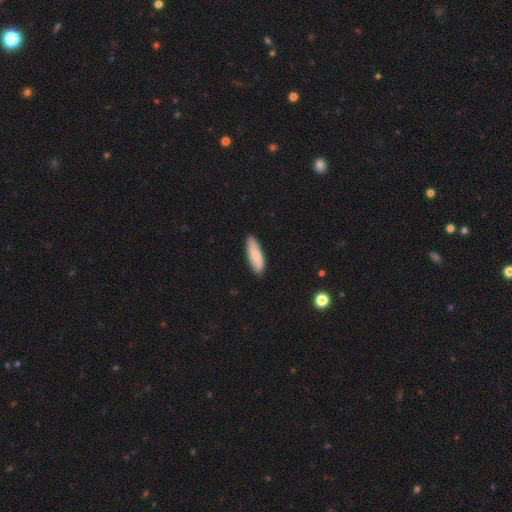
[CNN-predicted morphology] Q: Smooth or featured?
A: smooth (81%); runner-up: featured or disk (13%)
Q: How rounded?
A: cigar-shaped (50%); runner-up: in between (49%)
Q: Merging?
A: none (84%); runner-up: minor disturbance (13%)